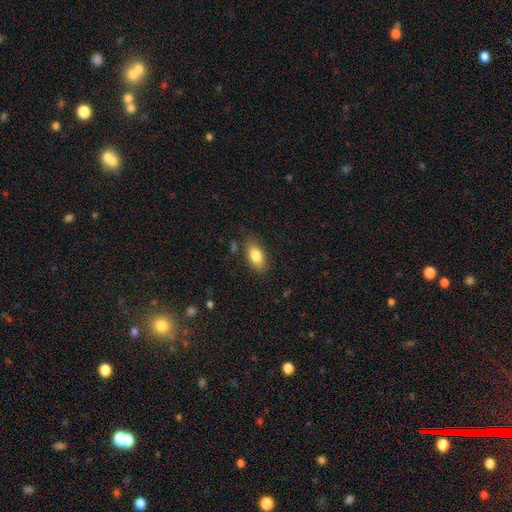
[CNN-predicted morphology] Smooth or featured: smooth — 83% (featured or disk — 10%)
How rounded: in between — 90% (cigar-shaped — 5%)
Merging: none — 81% (minor disturbance — 14%)